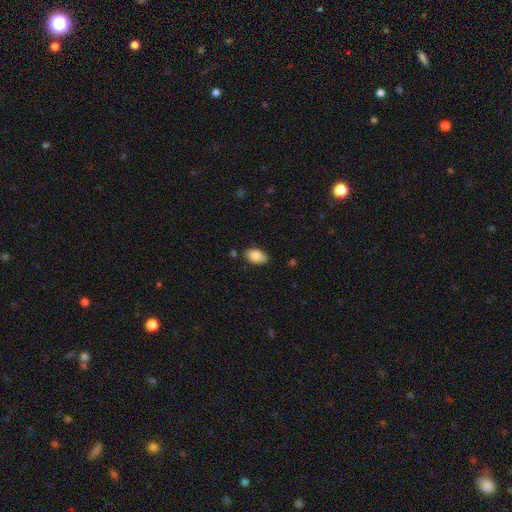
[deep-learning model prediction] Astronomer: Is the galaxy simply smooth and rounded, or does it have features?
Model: smooth — 87%.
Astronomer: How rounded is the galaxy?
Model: in between — 92%.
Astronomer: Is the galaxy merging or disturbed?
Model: none — 71%.